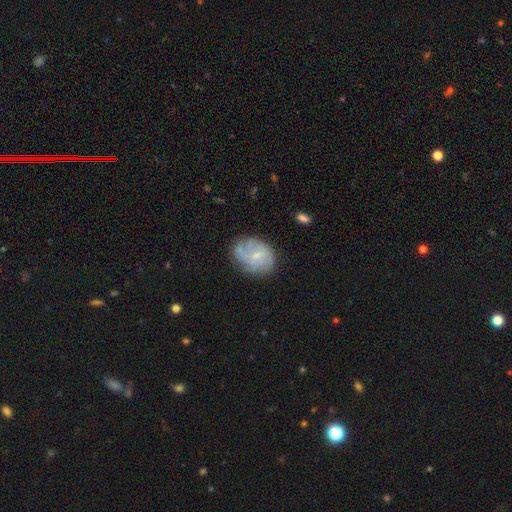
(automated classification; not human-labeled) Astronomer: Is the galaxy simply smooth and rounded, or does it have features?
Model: featured or disk — 59%.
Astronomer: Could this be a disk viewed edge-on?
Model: no — 97%.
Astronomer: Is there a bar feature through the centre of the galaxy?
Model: no — 57% (runner-up: weak, 38%).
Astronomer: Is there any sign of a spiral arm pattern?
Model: yes — 76%.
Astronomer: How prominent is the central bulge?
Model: small — 71%.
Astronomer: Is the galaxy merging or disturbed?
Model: none — 57%.